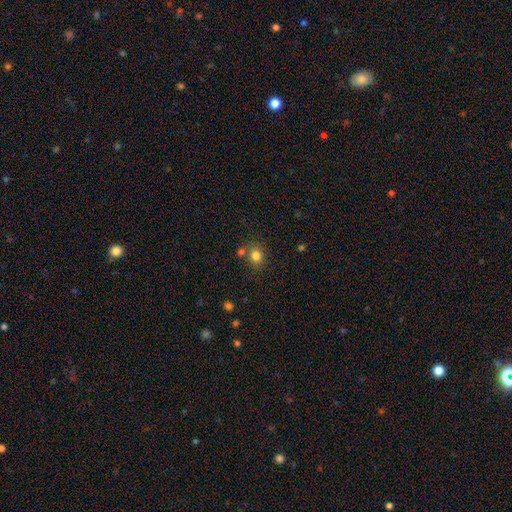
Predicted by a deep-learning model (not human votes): A smooth galaxy with no disk features (81%) that is round (75%). Merging: none (68%).